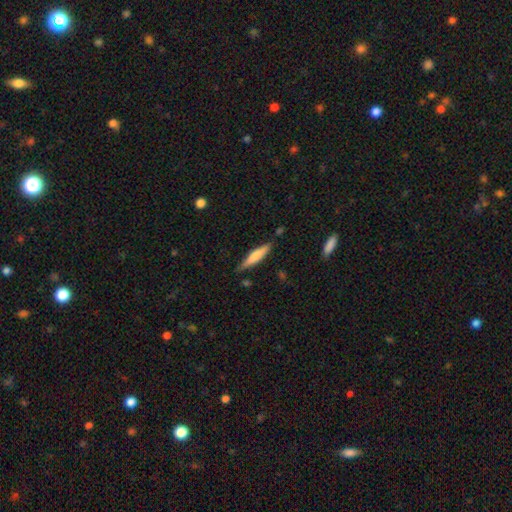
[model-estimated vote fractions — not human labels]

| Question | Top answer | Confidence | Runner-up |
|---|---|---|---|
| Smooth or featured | smooth | 64% | featured or disk (31%) |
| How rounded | cigar-shaped | 83% | in between (16%) |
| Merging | none | 81% | minor disturbance (14%) |